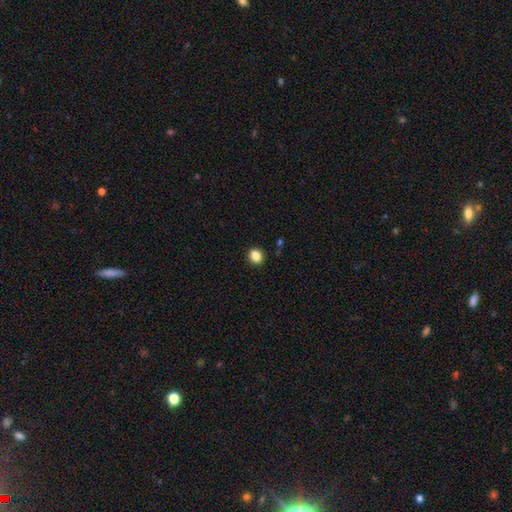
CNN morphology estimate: smooth-or-featured: smooth: 86% | star or artifact: 11% | featured or disk: 4%
  how-rounded: round: 64% | in between: 35% | cigar-shaped: 1%
  merging: none: 90% | minor disturbance: 7% | major disturbance: 2% | merger: 1%